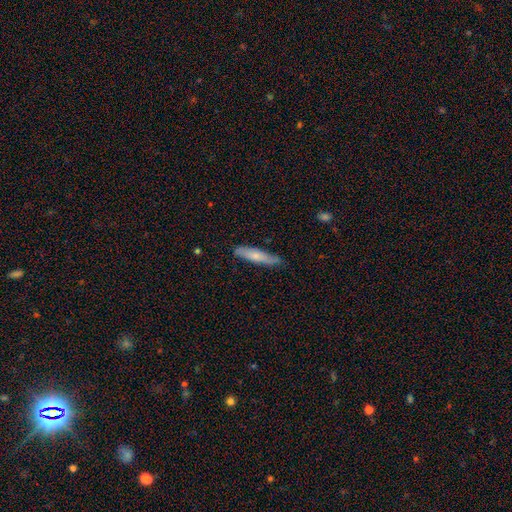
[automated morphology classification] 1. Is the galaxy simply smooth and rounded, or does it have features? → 65% smooth, 30% featured or disk, 6% star or artifact.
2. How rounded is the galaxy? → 83% cigar-shaped, 15% in between, 1% round.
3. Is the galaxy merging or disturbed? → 77% none, 19% minor disturbance, 3% major disturbance, 1% merger.